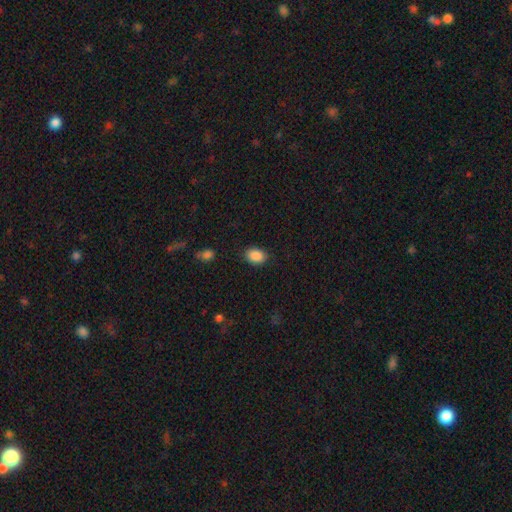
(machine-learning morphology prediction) Smooth or featured? Predicted: smooth (p=0.89). How rounded? Predicted: in between (p=0.77). Merging? Predicted: none (p=0.86).